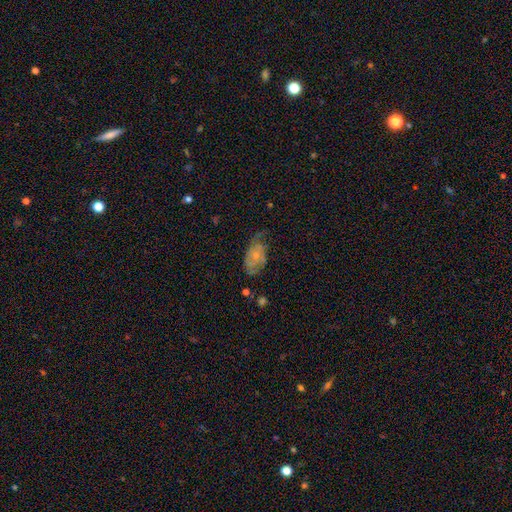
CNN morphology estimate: The model was most divided on "merging": none: 41%, minor disturbance: 31%, major disturbance: 25%, merger: 2%. More confident: edge-on disk — no (96%); bar — no (80%); spiral arms — yes (76%); bulge size — small (68%); smooth or featured — featured or disk (57%).